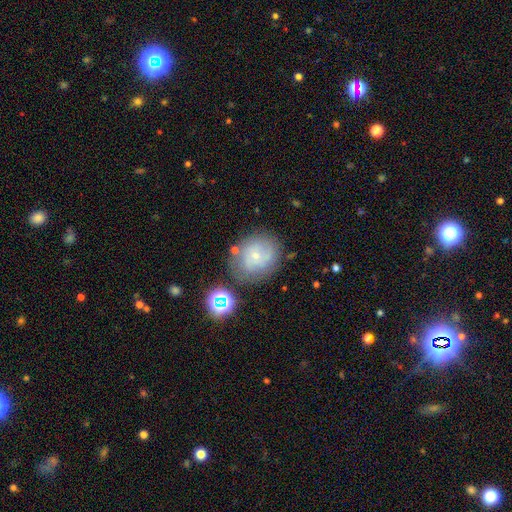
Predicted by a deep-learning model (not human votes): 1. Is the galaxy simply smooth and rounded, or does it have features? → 50% smooth, 37% featured or disk, 13% star or artifact.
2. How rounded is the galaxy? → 80% round, 19% in between, 1% cigar-shaped.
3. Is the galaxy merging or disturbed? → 66% none, 19% minor disturbance, 8% merger, 7% major disturbance.